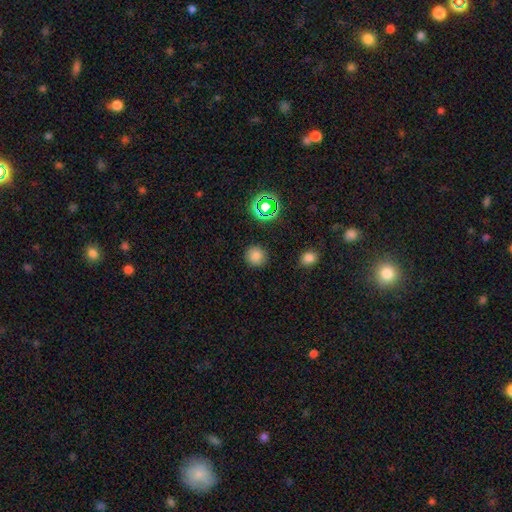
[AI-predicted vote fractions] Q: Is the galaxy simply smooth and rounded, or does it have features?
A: smooth — 78%.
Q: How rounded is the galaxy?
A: round — 91%.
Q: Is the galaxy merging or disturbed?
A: none — 89%.